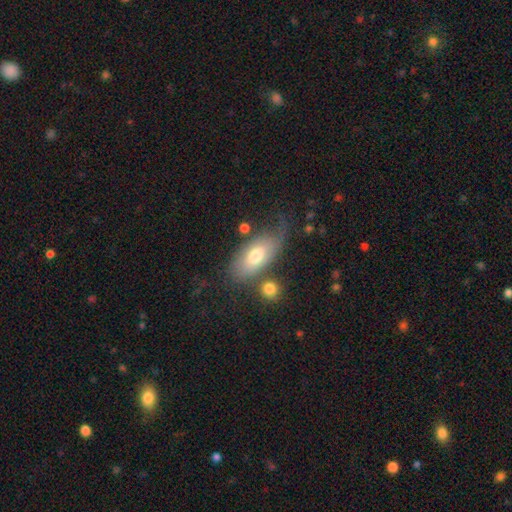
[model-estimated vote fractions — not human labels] Smooth or featured?
  - smooth: 66% *
  - featured or disk: 27%
  - star or artifact: 7%
How rounded?
  - in between: 89% *
  - cigar-shaped: 7%
  - round: 4%
Merging?
  - none: 52% *
  - minor disturbance: 24%
  - major disturbance: 13%
  - merger: 11%